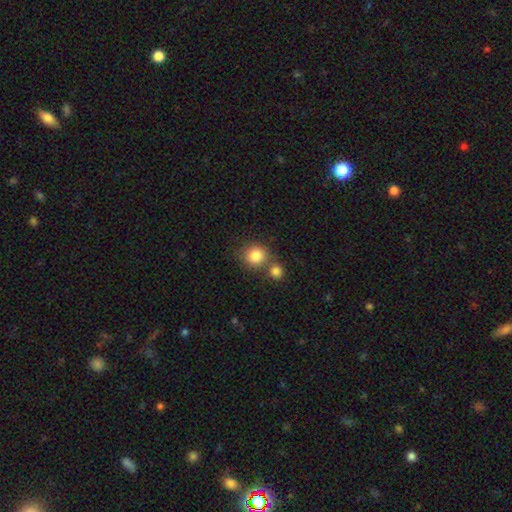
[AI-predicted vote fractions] Q: Smooth or featured?
A: smooth (83%); runner-up: star or artifact (10%)
Q: How rounded?
A: round (86%); runner-up: in between (13%)
Q: Merging?
A: none (55%); runner-up: merger (32%)